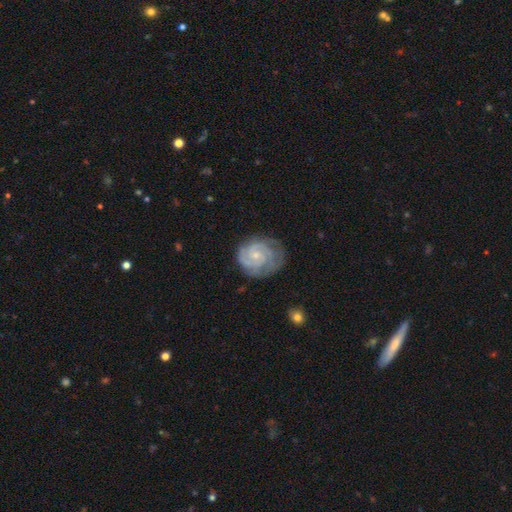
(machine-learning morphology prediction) A featured or disk galaxy (85%) with no bar (70%), 2 (35%) tight (70%) spiral arms (97%) and a small central bulge (69%).

Vote fractions:
- Smooth or featured? featured or disk: 85% / smooth: 10% / star or artifact: 5%
- Edge-on disk? no: 98% / yes: 2%
- Bar? no: 70% / weak: 26% / strong: 4%
- Spiral arms? yes: 97% / no: 3%
- Spiral winding? tight: 70% / medium: 26% / loose: 4%
- Spiral arm count? 2: 35% / 3: 29% / can't tell: 20% / 4: 7% / 1: 5% / more than 4: 4%
- Bulge size? small: 69% / moderate: 25% / none: 4% / large: 1% / dominant: 1%
- Merging? none: 68% / minor disturbance: 22% / major disturbance: 9% / merger: 1%